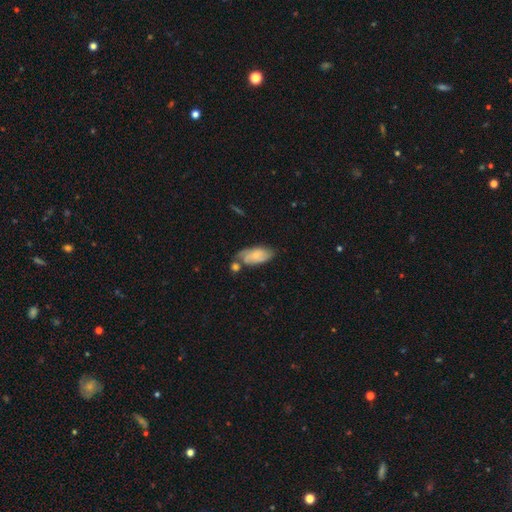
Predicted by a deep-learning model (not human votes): Smooth or featured? Predicted: smooth (p=0.51). How rounded? Predicted: in between (p=0.89). Merging? Predicted: none (p=0.47).